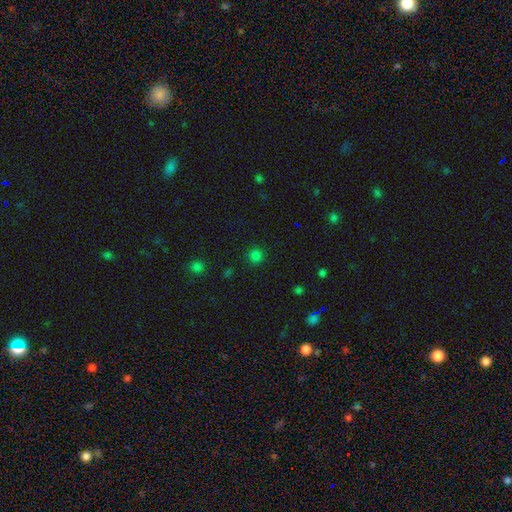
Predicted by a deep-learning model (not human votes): Smooth or featured? Predicted: smooth (p=0.77). How rounded? Predicted: round (p=0.93). Merging? Predicted: none (p=0.89).